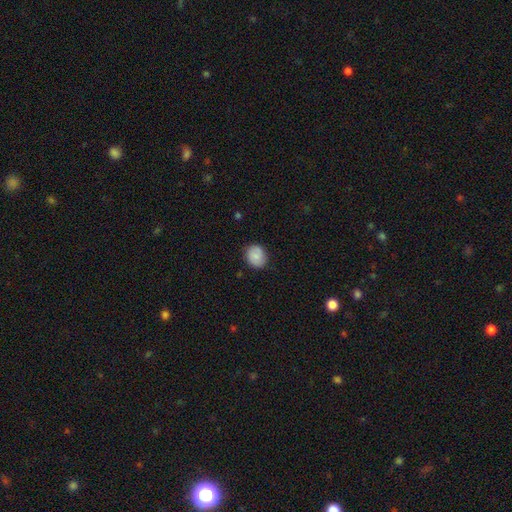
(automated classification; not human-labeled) Overall: smooth (81%). How rounded: round (64%; in between 35%). Merging: none (83%).